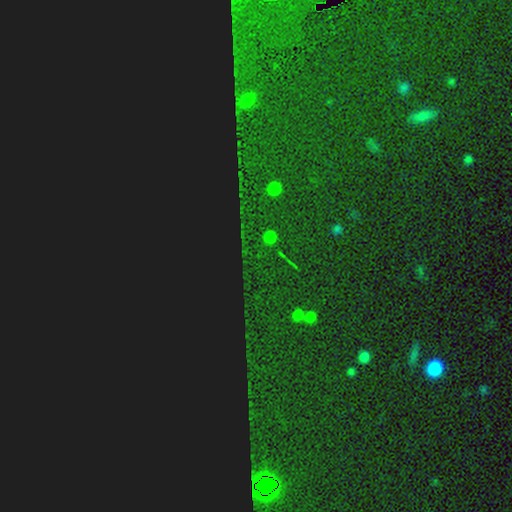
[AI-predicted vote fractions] Smooth or featured?
  - star or artifact: 86% *
  - smooth: 7%
  - featured or disk: 7%